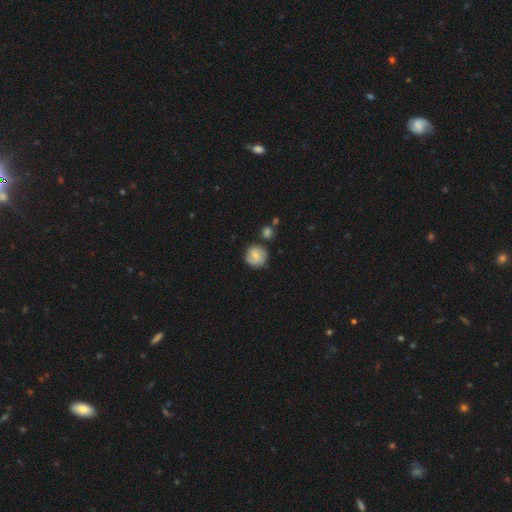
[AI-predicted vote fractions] smooth-or-featured: smooth: 49% | featured or disk: 43% | star or artifact: 8%
  merging: none: 72% | minor disturbance: 17% | merger: 7% | major disturbance: 5%